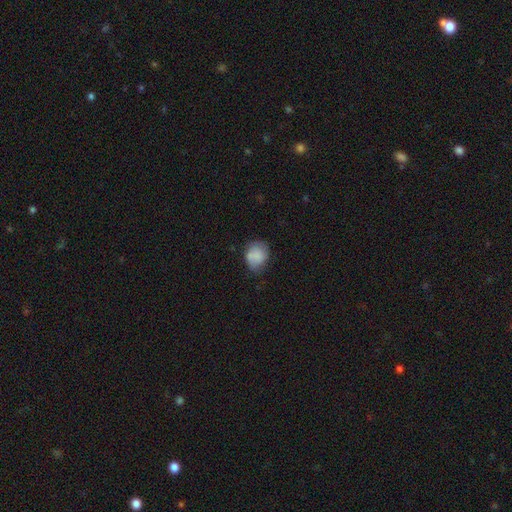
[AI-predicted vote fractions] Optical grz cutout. It shows a smooth galaxy with no disk features (80%) that is round (60%). Merging: none (57%).